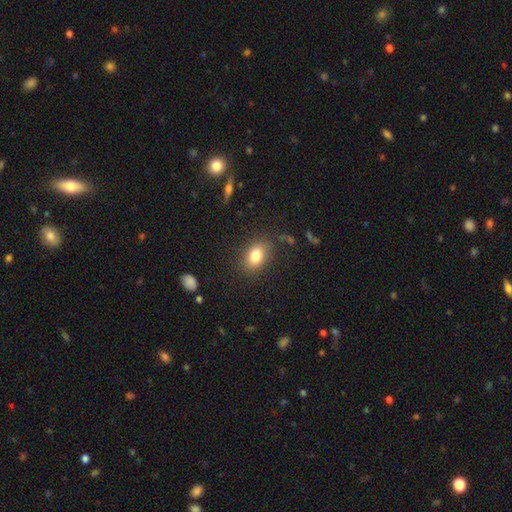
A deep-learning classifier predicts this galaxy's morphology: A smooth galaxy with no disk features (81%) that is in between round and cigar-shaped (78%).

Vote fractions:
- Smooth or featured? smooth: 81% / star or artifact: 10% / featured or disk: 9%
- How rounded? in between: 78% / round: 20% / cigar-shaped: 2%
- Merging? none: 83% / minor disturbance: 12% / major disturbance: 4% / merger: 2%